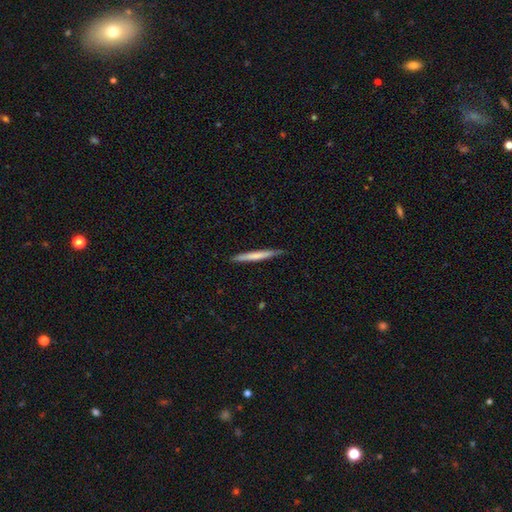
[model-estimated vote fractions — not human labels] A smooth galaxy with no disk features (61%) that is cigar-shaped (96%). Merging: none (86%).